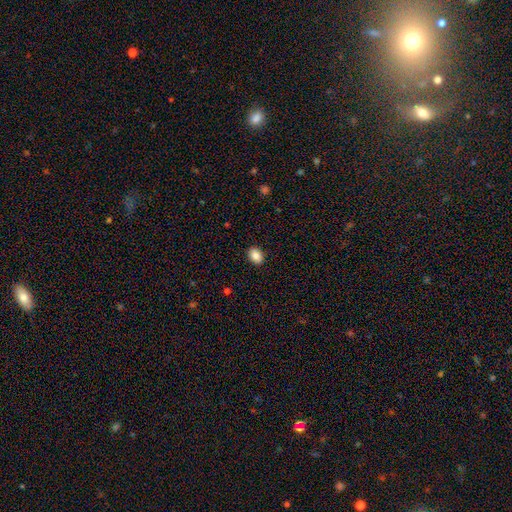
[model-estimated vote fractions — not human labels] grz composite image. It shows a smooth galaxy with no disk features (88%) that is in between round and cigar-shaped (72%). Merging: none (90%).